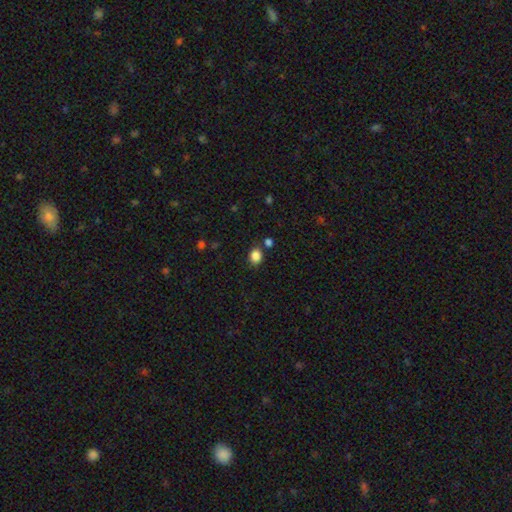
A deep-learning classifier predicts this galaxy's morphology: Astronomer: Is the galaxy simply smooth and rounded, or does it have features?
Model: smooth — 85%.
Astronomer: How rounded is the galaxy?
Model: round — 60% (runner-up: in between, 39%).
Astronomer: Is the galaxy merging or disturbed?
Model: none — 79%.